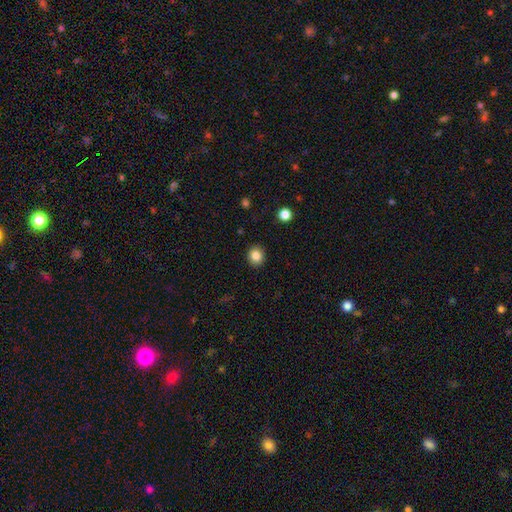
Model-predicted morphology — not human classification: Smooth or featured? smooth (84%)
How rounded? round (78%)
Merging? none (91%)